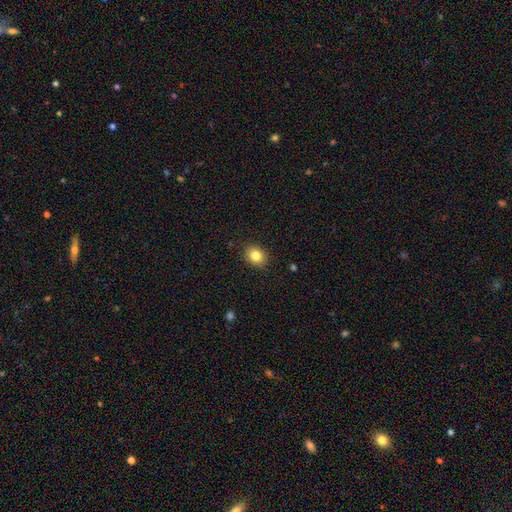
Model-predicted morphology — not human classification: Smooth or featured: smooth — 83% (star or artifact — 10%)
How rounded: round — 53% (in between — 46%)
Merging: none — 89% (minor disturbance — 8%)